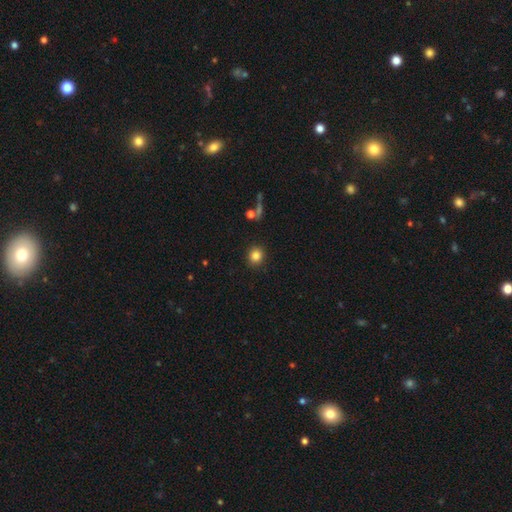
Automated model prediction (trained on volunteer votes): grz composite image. It shows a smooth galaxy with no disk features (84%) that is round (85%). Merging: none (90%).